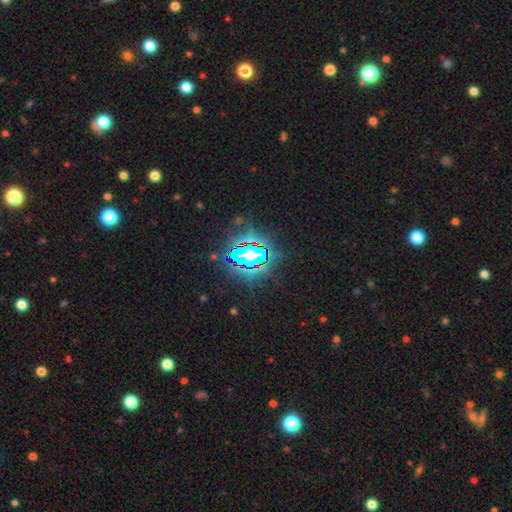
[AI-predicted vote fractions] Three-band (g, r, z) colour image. It shows a star or artifact, not a galaxy (83%).